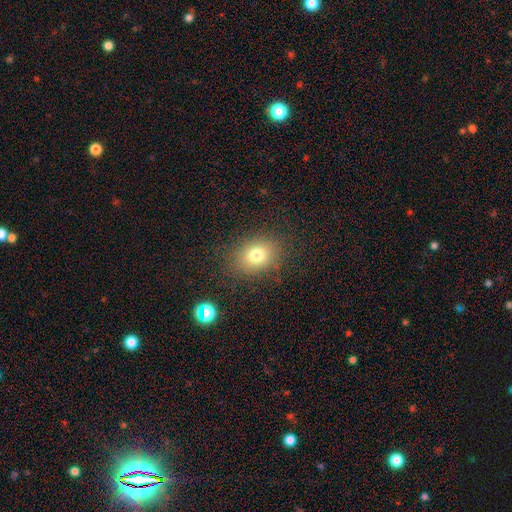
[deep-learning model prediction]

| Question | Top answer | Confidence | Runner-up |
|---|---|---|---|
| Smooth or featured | smooth | 75% | star or artifact (14%) |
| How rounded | in between | 57% | round (42%) |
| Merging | none | 85% | minor disturbance (10%) |